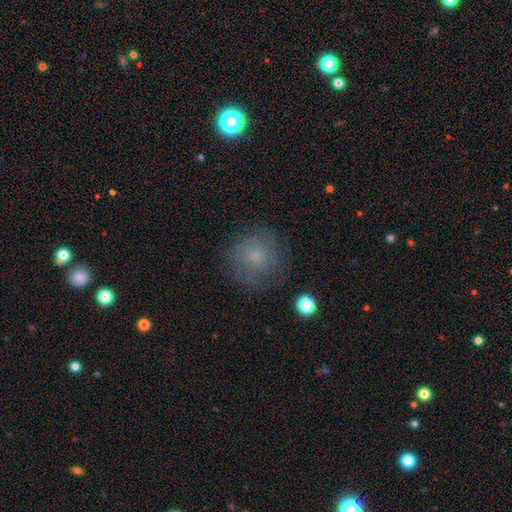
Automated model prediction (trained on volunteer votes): The model was most divided on "smooth or featured": smooth: 50%, featured or disk: 35%, star or artifact: 16%. More confident: merging — none (78%).